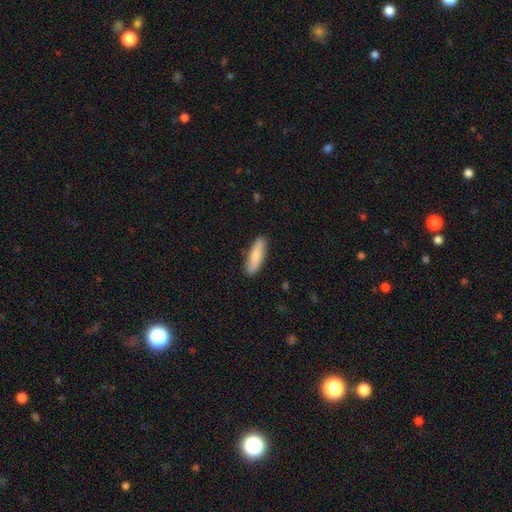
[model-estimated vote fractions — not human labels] This is clearly a smooth galaxy (81%). How rounded: likely cigar-shaped (63%). Merging: clearly none (87%).